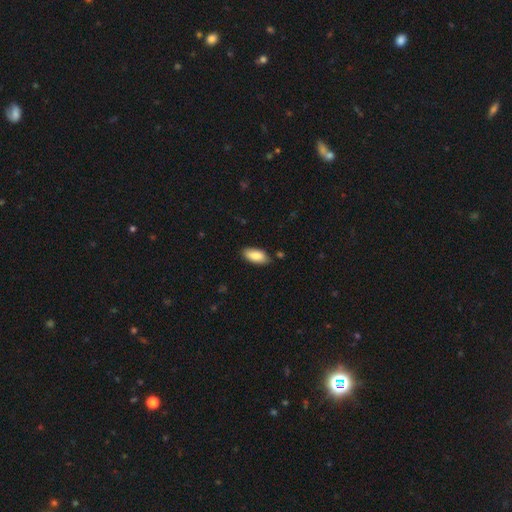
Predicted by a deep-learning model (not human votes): The model was most divided on "merging": none: 83%, minor disturbance: 13%, major disturbance: 2%, merger: 2%. More confident: how rounded — in between (89%); smooth or featured — smooth (85%).